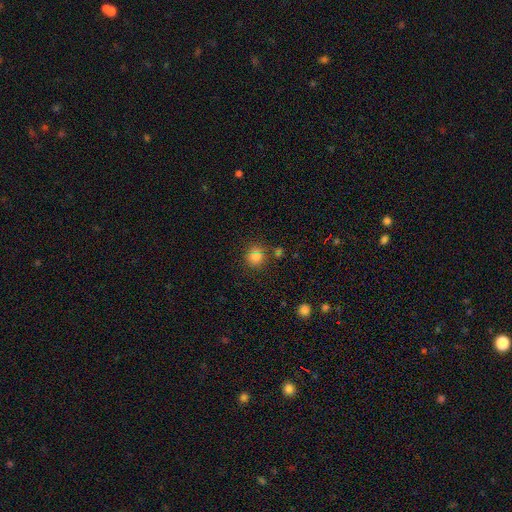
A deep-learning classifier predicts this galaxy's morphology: Smooth or featured? Predicted: smooth (p=0.77). How rounded? Predicted: round (p=0.90). Merging? Predicted: none (p=0.78).